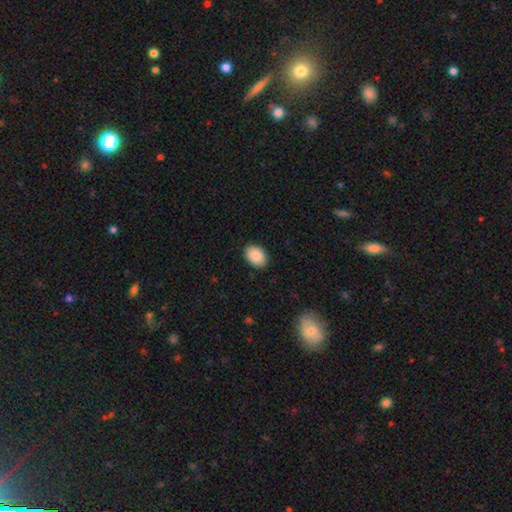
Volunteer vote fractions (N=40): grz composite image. It shows a smooth galaxy with no disk features (88%) that is in between round and cigar-shaped (71%). Merging: none (81%).